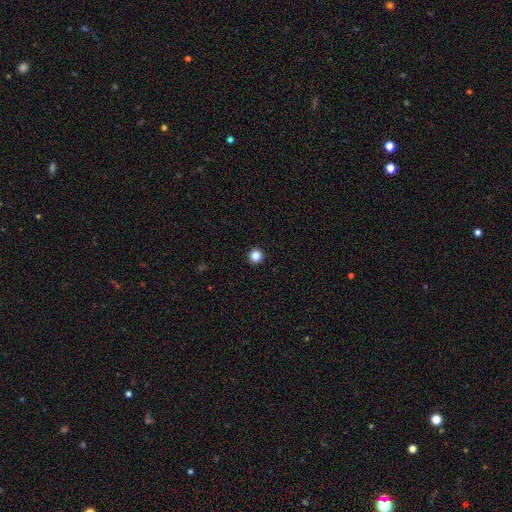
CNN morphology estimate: smooth_or_featured: smooth (p=0.86) [alt: star or artifact p=0.11]
how_rounded: round (p=0.96) [alt: in between p=0.03]
merging: none (p=0.94) [alt: minor disturbance p=0.04]